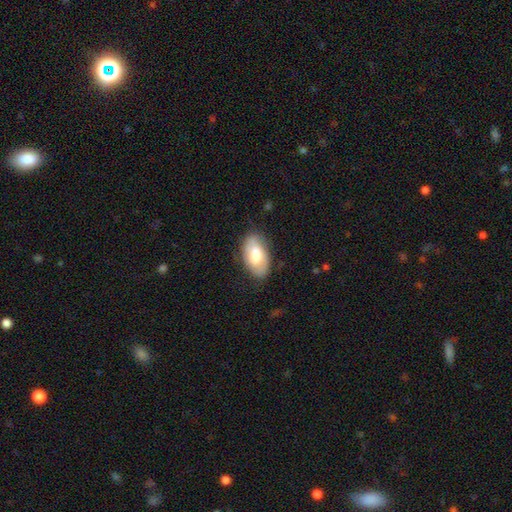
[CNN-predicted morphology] Q: Smooth or featured?
A: smooth (61%); runner-up: featured or disk (33%)
Q: How rounded?
A: in between (94%); runner-up: round (4%)
Q: Merging?
A: none (78%); runner-up: minor disturbance (17%)